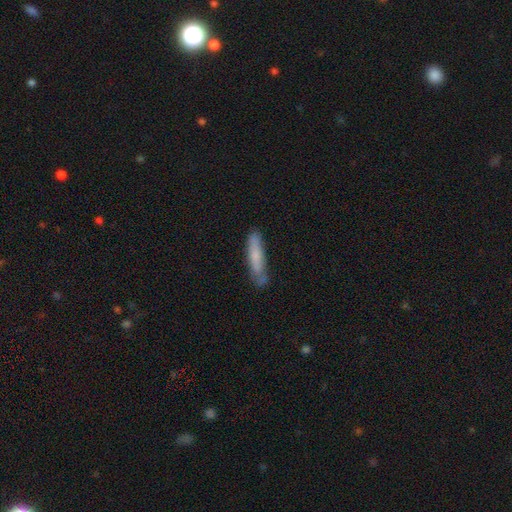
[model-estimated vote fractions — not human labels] A smooth galaxy with no disk features (69%) that is cigar-shaped (83%). Merging: none (67%).